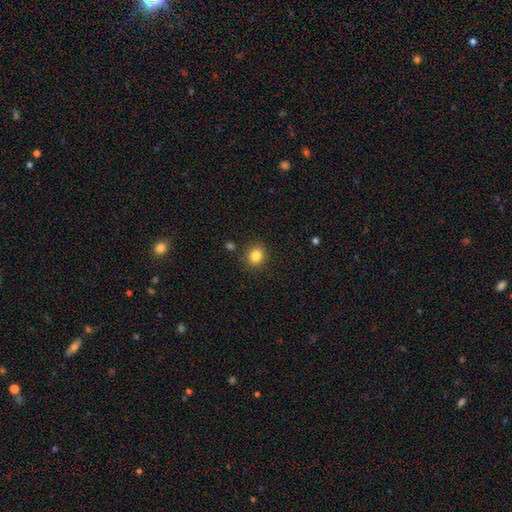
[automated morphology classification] This appears to be a smooth galaxy with no disk features (83%) that is round (79%). Merging: none (87%).